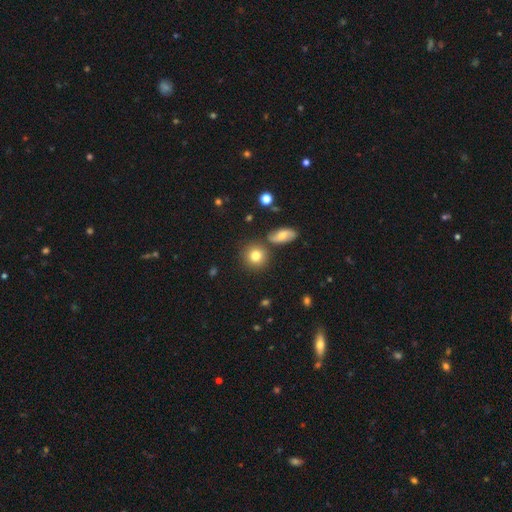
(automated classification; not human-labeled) Overall: smooth (78%). How rounded: round (89%). Merging: none (79%).